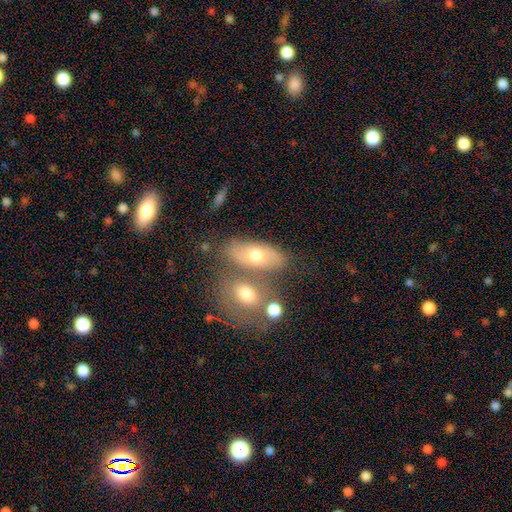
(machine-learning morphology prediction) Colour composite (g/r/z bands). It shows a smooth galaxy with no disk features (60%) that is in between round and cigar-shaped (80%). Merging: none (52%).